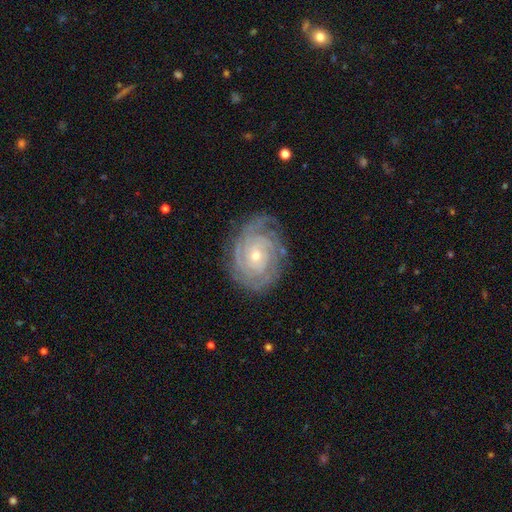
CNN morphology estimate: Smooth or featured? featured or disk (87%)
Edge-on disk? no (97%)
Bar? no (76%)
Spiral arms? yes (97%)
Spiral winding? tight (82%)
Spiral arm count? can't tell (28%)
Bulge size? small (66%)
Merging? none (77%)